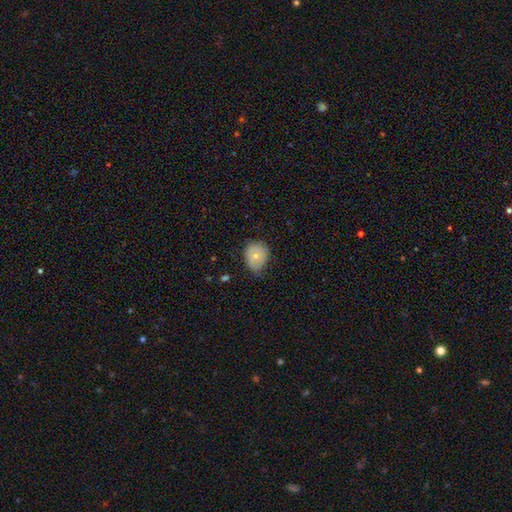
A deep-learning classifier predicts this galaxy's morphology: The model was most divided on "how rounded": round: 52%, in between: 47%, cigar-shaped: 1%. Remaining: smooth or featured — smooth (68%); merging — none (50%).